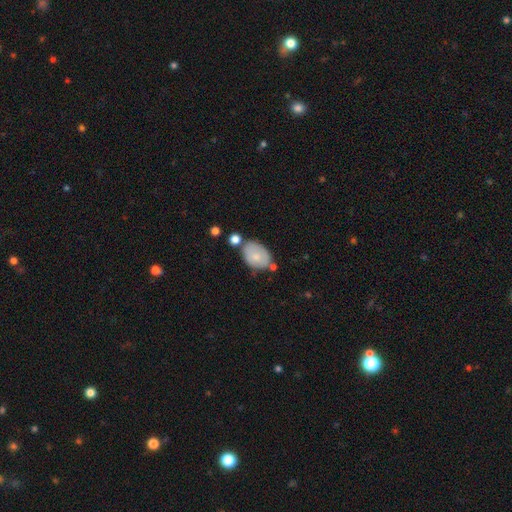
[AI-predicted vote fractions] Morphology: type=smooth (74%); roundness=in between (83%); merging=none (58%).